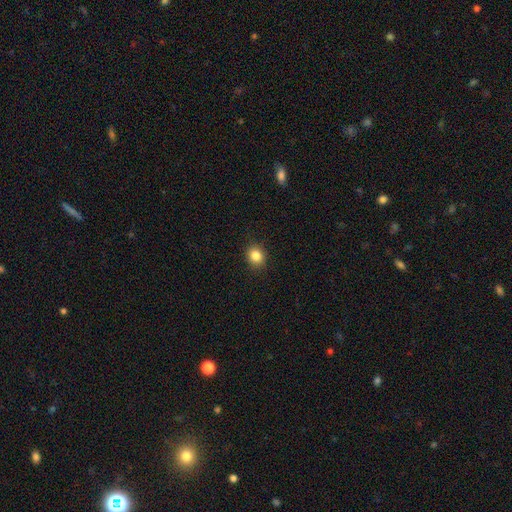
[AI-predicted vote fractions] A smooth galaxy with no disk features (85%) that is round (67%).

Vote fractions:
- Smooth or featured? smooth: 85% / star or artifact: 11% / featured or disk: 5%
- How rounded? round: 67% / in between: 32% / cigar-shaped: 1%
- Merging? none: 89% / minor disturbance: 8% / major disturbance: 2% / merger: 1%